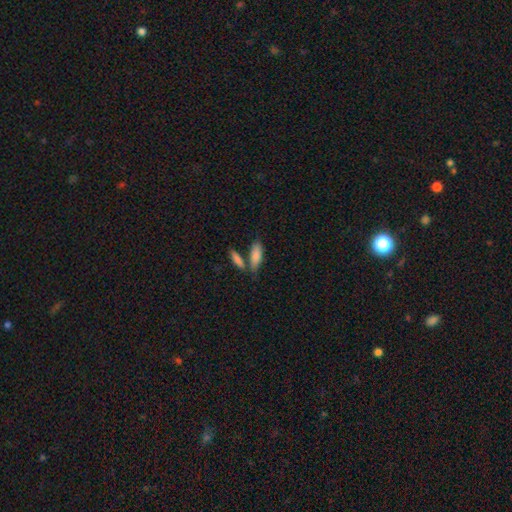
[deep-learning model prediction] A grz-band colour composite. It shows a smooth galaxy with no disk features (84%) that is in between round and cigar-shaped (66%). Merging: none (55%).